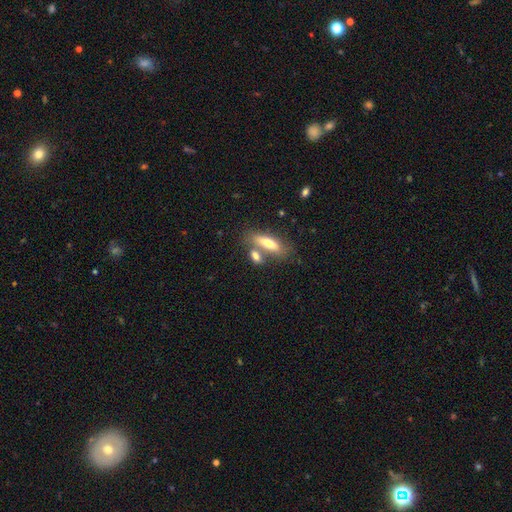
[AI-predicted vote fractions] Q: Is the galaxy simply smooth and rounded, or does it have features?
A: smooth — 68%.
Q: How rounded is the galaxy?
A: in between — 55%.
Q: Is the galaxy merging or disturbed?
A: none — 47%.